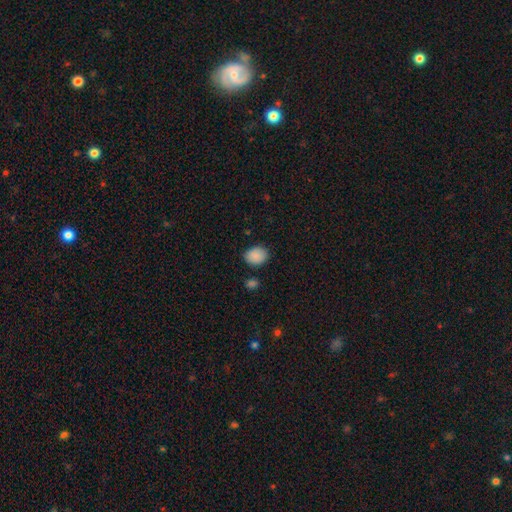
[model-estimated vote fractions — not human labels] Smooth or featured? smooth (89%)
How rounded? in between (57%)
Merging? none (84%)